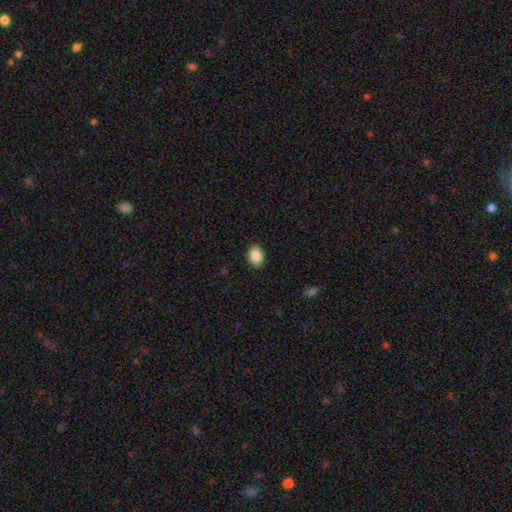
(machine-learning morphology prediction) smooth-or-featured: smooth: 87% | star or artifact: 8% | featured or disk: 5%
  how-rounded: in between: 68% | round: 32% | cigar-shaped: 1%
  merging: none: 89% | minor disturbance: 8% | major disturbance: 2% | merger: 1%